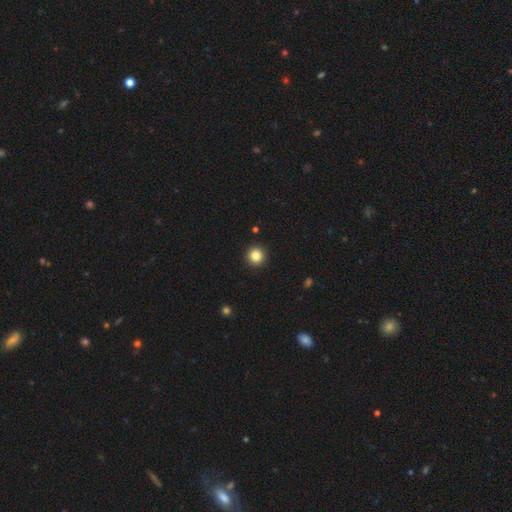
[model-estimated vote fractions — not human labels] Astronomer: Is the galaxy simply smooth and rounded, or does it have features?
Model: smooth — 85%.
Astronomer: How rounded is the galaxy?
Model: round — 95%.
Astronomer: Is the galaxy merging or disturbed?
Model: none — 93%.